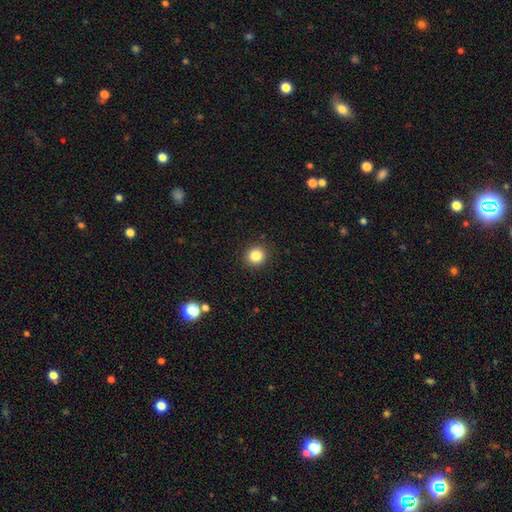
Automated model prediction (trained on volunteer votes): smooth 84%, star or artifact 11%, featured or disk 5%. Down the decision tree: how rounded — round (91%); merging — none (92%).